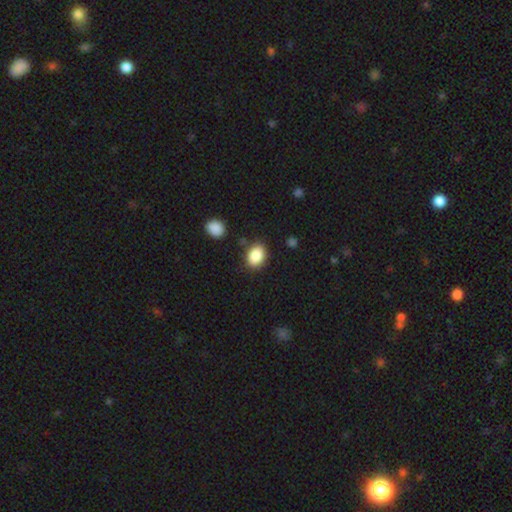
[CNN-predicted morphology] smooth 88%, star or artifact 8%, featured or disk 4%. Down the decision tree: how rounded — in between (76%); merging — none (82%).